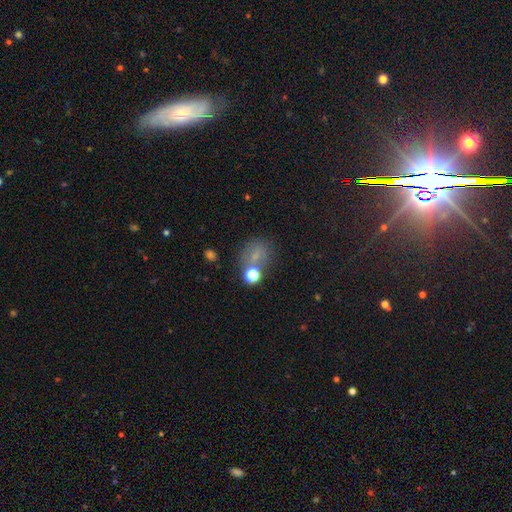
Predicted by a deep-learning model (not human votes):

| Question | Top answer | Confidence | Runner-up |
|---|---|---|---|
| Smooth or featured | smooth | 60% | star or artifact (26%) |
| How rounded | round | 61% | in between (38%) |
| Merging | none | 58% | minor disturbance (16%) |